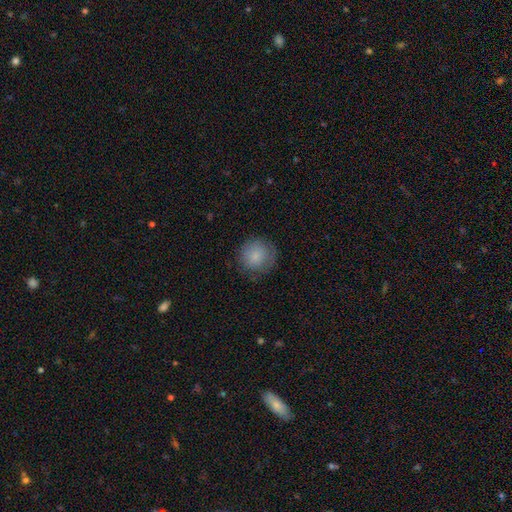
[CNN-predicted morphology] This is clearly a smooth galaxy (83%). How rounded: clearly round (93%). Merging: likely none (80%).